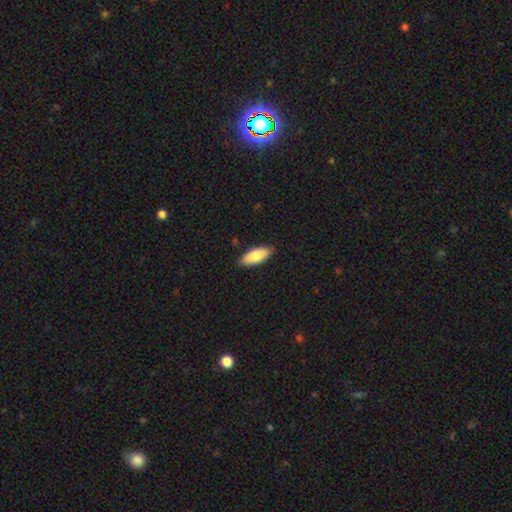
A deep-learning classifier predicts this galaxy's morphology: This appears to be a smooth galaxy with no disk features (83%) that is in between round and cigar-shaped (82%). Merging: none (86%).